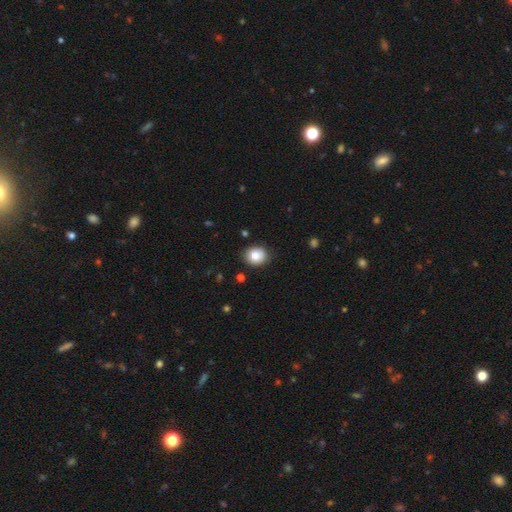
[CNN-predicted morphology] type=smooth (84%); roundness=round (62%); merging=none (82%).